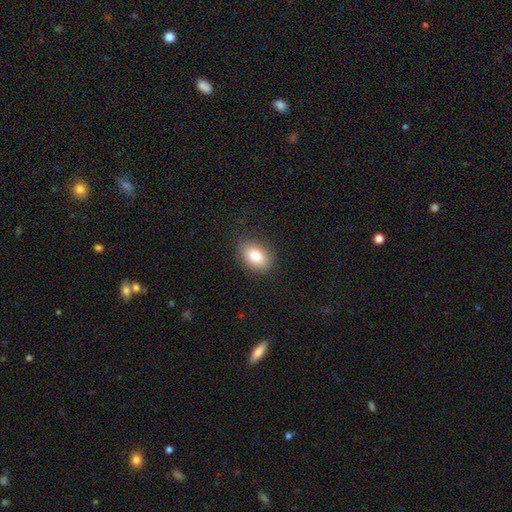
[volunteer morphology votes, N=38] smooth 82%, featured or disk 13%, star or artifact 5%. Down the decision tree: how rounded — in between (68%); merging — none (86%).